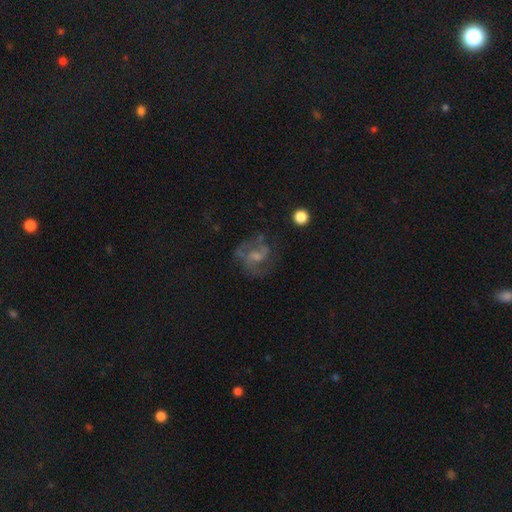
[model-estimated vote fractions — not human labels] Overall: featured or disk (66%). Edge-on disk: no (97%). Bar: no (55%; weak 37%). Spiral arms: yes (77%). Bulge size: small (42%; moderate 37%). Merging: none (60%).